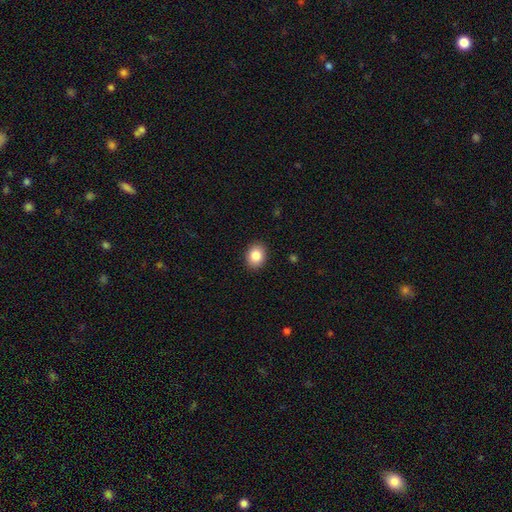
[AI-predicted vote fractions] smooth-or-featured: smooth: 85% | star or artifact: 9% | featured or disk: 7%
  how-rounded: round: 50% | in between: 49% | cigar-shaped: 1%
  merging: none: 90% | minor disturbance: 7% | major disturbance: 2% | merger: 1%